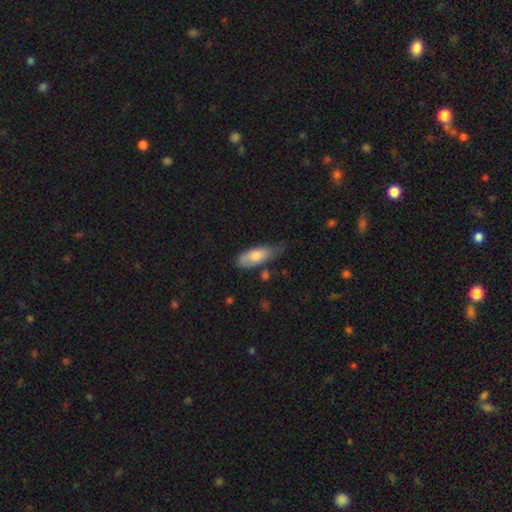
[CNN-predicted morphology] This is likely a smooth galaxy (75%). How rounded: likely in between (72%). Merging: possibly none (50%).